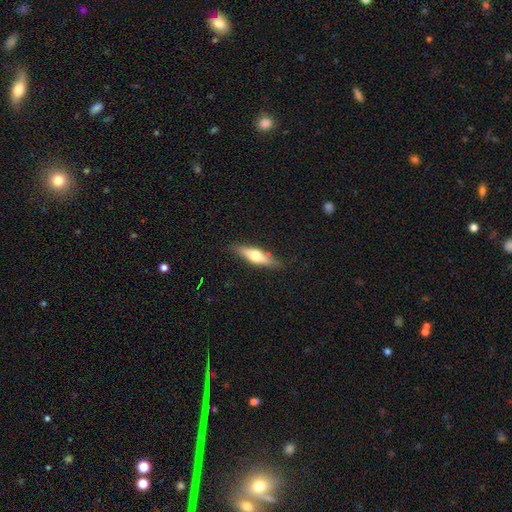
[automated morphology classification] Overall: featured or disk (47%, tied with smooth). Merging: none (84%).